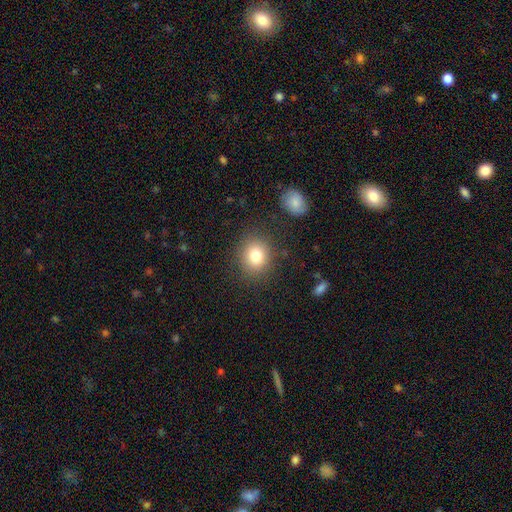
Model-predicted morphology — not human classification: Q: Smooth or featured?
A: smooth (80%); runner-up: star or artifact (11%)
Q: How rounded?
A: round (78%); runner-up: in between (21%)
Q: Merging?
A: none (85%); runner-up: minor disturbance (9%)